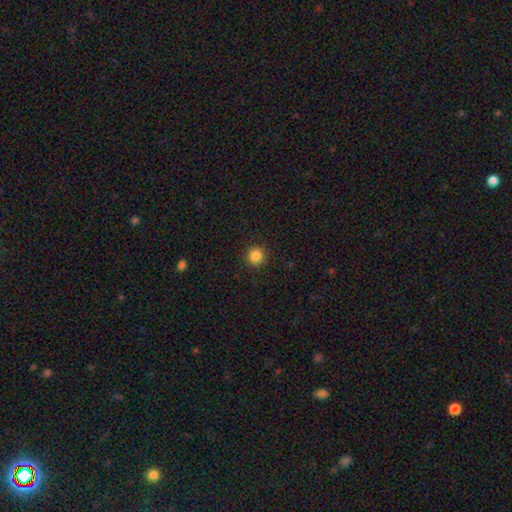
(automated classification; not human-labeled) smooth-or-featured: smooth: 86% | star or artifact: 11% | featured or disk: 3%
  how-rounded: round: 94% | in between: 5% | cigar-shaped: 1%
  merging: none: 91% | minor disturbance: 6% | major disturbance: 2% | merger: 1%